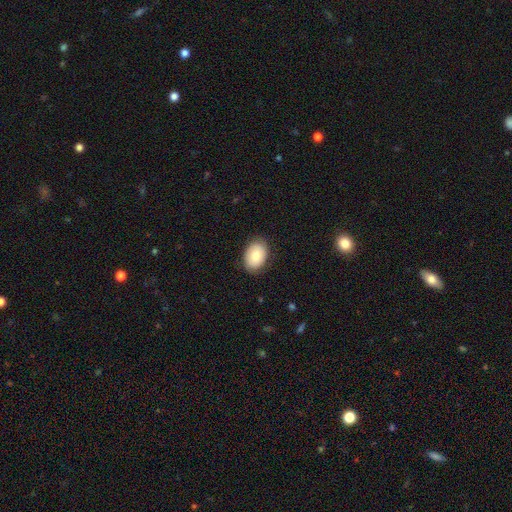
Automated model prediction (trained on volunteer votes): smooth_or_featured: smooth (p=0.76) [alt: featured or disk p=0.17]
how_rounded: in between (p=0.77) [alt: round p=0.22]
merging: none (p=0.85) [alt: minor disturbance p=0.12]